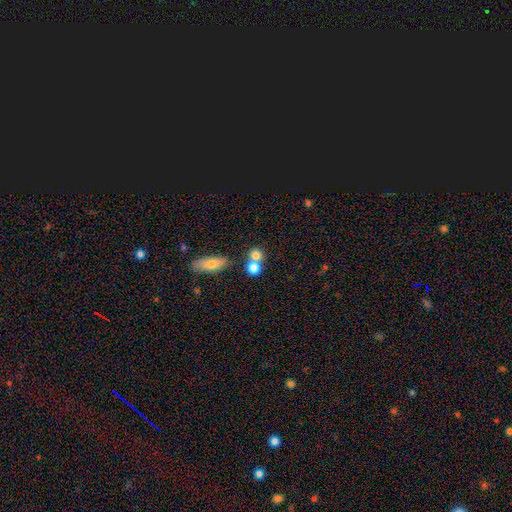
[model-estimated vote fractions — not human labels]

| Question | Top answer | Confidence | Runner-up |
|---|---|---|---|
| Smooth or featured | smooth | 77% | featured or disk (12%) |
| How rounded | round | 75% | in between (22%) |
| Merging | merger | 49% | none (41%) |